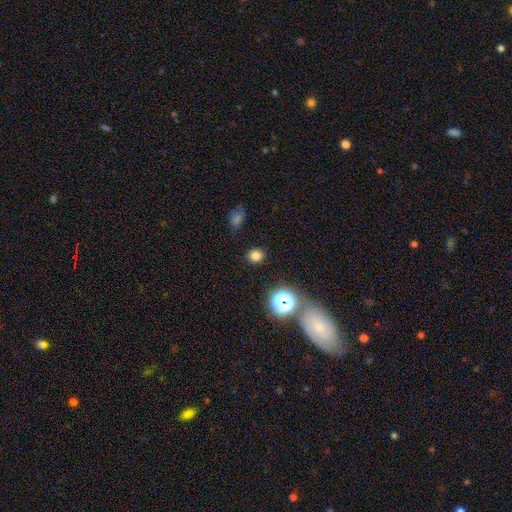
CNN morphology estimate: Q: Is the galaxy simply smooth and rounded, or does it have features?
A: smooth — 78%.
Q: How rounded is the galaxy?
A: round — 81%.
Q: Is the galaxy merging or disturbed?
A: none — 89%.